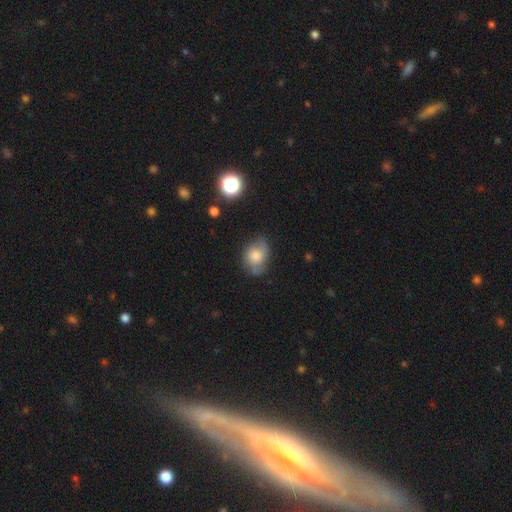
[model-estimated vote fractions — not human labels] Smooth or featured? Predicted: smooth (p=0.61). How rounded? Predicted: in between (p=0.57). Merging? Predicted: none (p=0.60).